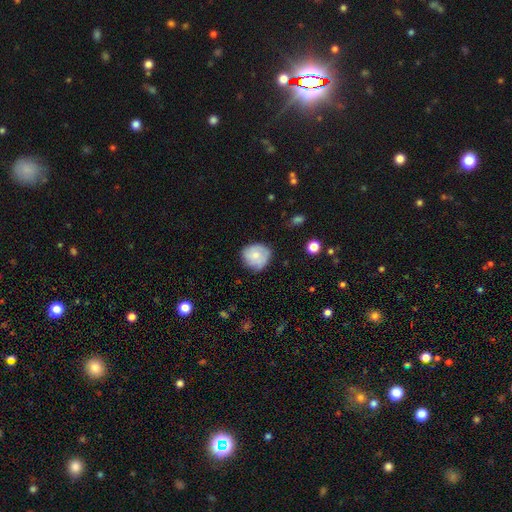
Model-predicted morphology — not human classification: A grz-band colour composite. It shows a smooth galaxy with no disk features (70%) that is round (82%). Merging: none (68%).